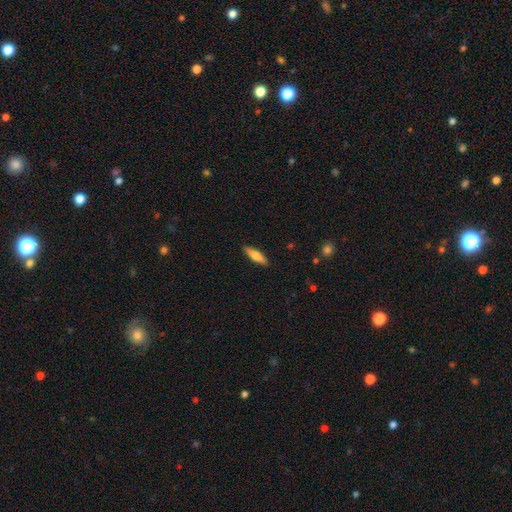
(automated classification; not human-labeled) A smooth galaxy with no disk features (68%) that is cigar-shaped (65%). Merging: none (89%).